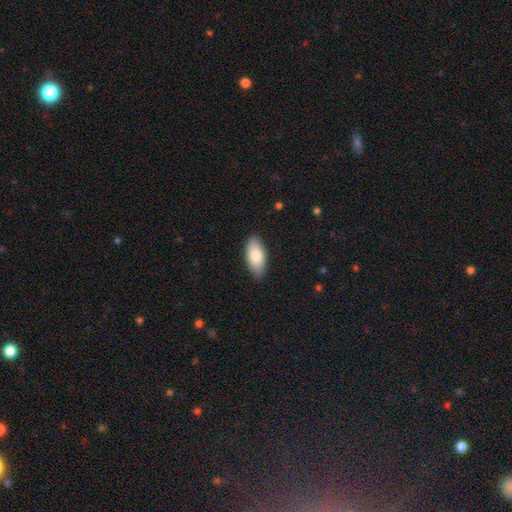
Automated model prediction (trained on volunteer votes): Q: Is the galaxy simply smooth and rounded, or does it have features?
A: smooth — 79%.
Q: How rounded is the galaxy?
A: in between — 91%.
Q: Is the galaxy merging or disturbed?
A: none — 85%.